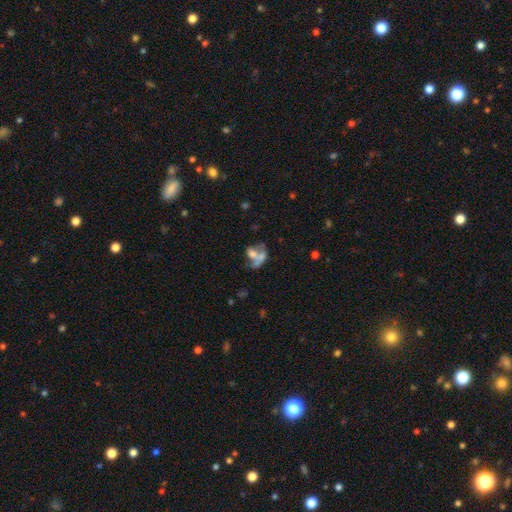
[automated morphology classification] smooth 45%, featured or disk 42%, star or artifact 13%. Down the decision tree: merging — merger (58%).